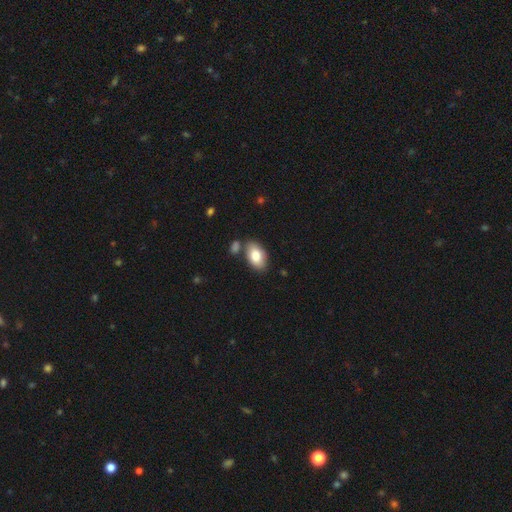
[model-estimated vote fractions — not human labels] Smooth or featured? smooth (81%)
How rounded? in between (93%)
Merging? none (74%)